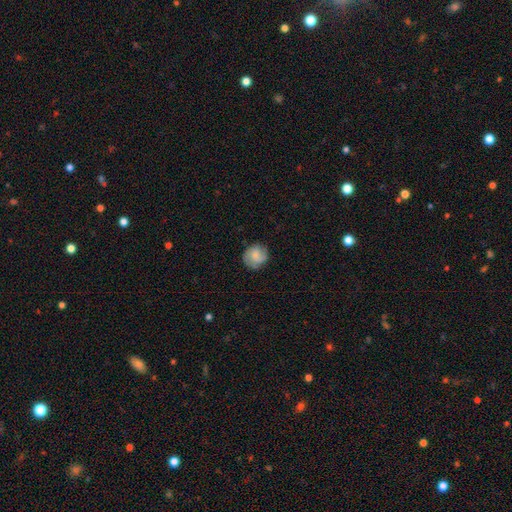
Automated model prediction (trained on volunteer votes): This is possibly a smooth galaxy (50%). Merging: likely none (78%).